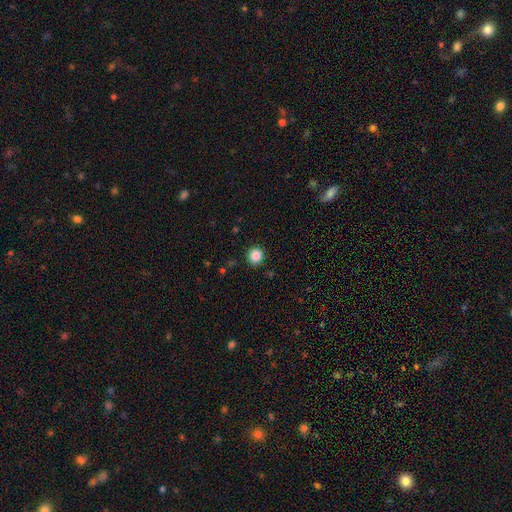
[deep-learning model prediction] Smooth or featured? smooth (86%)
How rounded? round (90%)
Merging? none (90%)